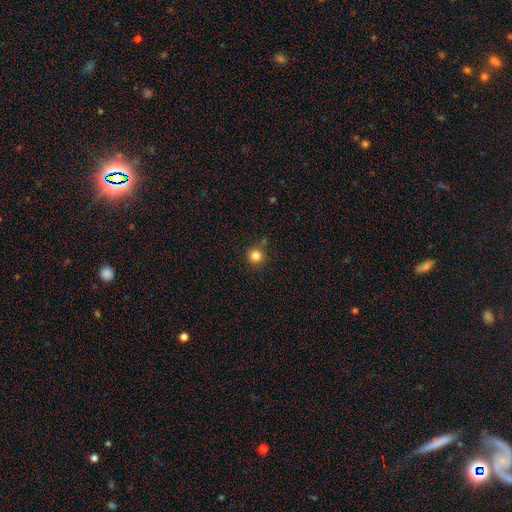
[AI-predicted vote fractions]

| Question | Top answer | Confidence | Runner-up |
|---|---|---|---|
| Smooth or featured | smooth | 83% | star or artifact (12%) |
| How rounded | round | 94% | in between (5%) |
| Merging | none | 82% | minor disturbance (10%) |